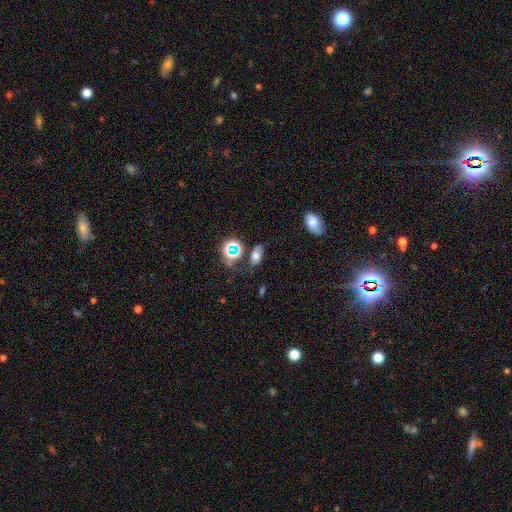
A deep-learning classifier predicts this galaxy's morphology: Q: Smooth or featured?
A: smooth (58%); runner-up: star or artifact (25%)
Q: How rounded?
A: in between (84%); runner-up: round (12%)
Q: Merging?
A: none (58%); runner-up: minor disturbance (22%)